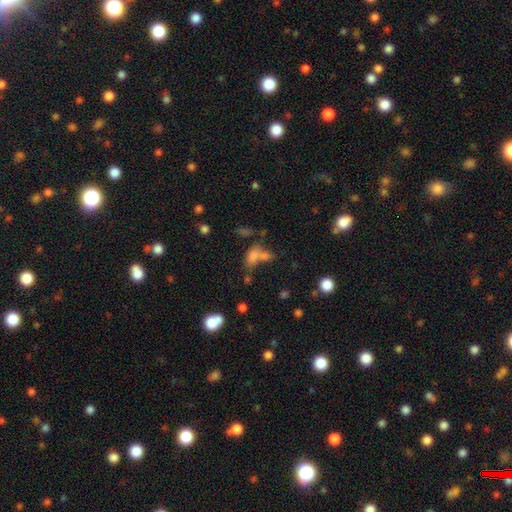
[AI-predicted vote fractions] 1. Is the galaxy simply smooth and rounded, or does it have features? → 71% smooth, 16% star or artifact, 13% featured or disk.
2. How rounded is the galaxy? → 82% in between, 13% round, 5% cigar-shaped.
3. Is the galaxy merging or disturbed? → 49% merger, 31% none, 11% minor disturbance, 9% major disturbance.